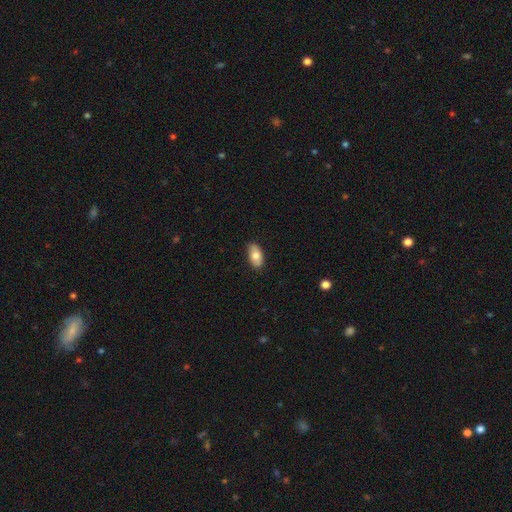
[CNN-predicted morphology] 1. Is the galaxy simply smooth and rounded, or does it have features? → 78% smooth, 16% featured or disk, 7% star or artifact.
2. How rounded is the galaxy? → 92% in between, 4% cigar-shaped, 4% round.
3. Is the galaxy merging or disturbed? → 85% none, 12% minor disturbance, 2% major disturbance, 1% merger.